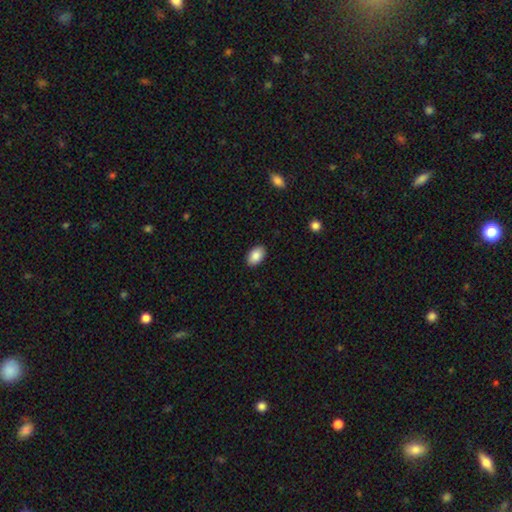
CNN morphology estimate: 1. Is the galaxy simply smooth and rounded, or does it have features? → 88% smooth, 7% star or artifact, 5% featured or disk.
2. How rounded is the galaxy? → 91% in between, 8% round, 1% cigar-shaped.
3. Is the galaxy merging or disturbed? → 89% none, 8% minor disturbance, 2% major disturbance, 1% merger.